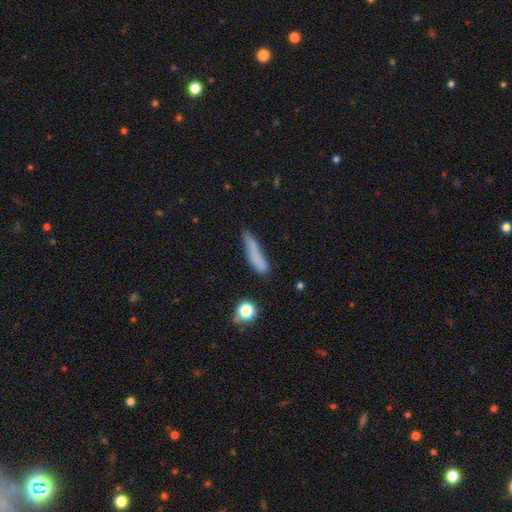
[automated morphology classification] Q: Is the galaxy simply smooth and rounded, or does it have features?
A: smooth — 76%.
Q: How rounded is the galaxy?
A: cigar-shaped — 86%.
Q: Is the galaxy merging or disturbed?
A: none — 67%.